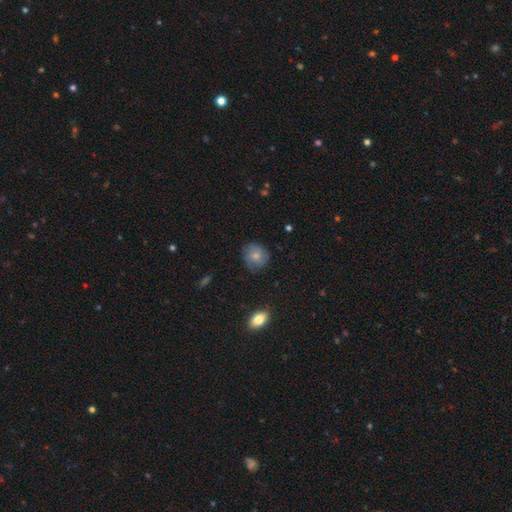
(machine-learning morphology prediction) Smooth or featured? smooth (68%)
How rounded? round (83%)
Merging? none (79%)